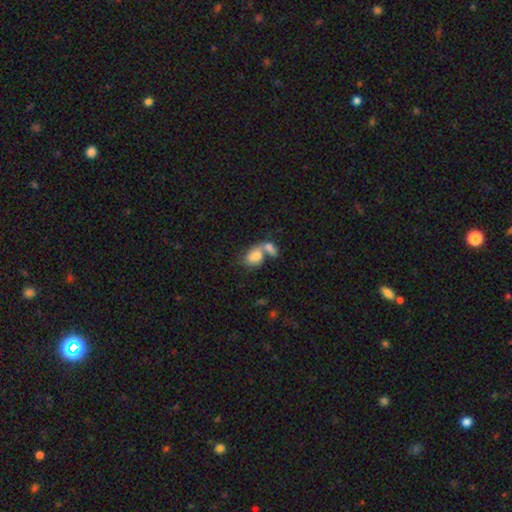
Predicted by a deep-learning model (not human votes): smooth_or_featured: smooth (p=0.76) [alt: featured or disk p=0.16]
how_rounded: in between (p=0.85) [alt: round p=0.12]
merging: merger (p=0.65) [alt: none p=0.19]